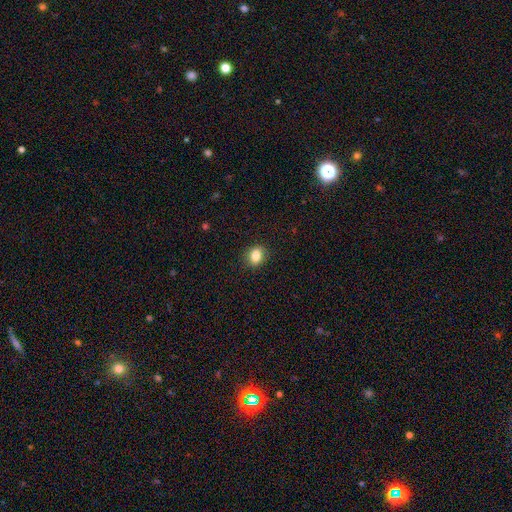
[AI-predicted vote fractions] This appears to be a smooth galaxy with no disk features (83%) that is round (52%). Merging: none (88%).